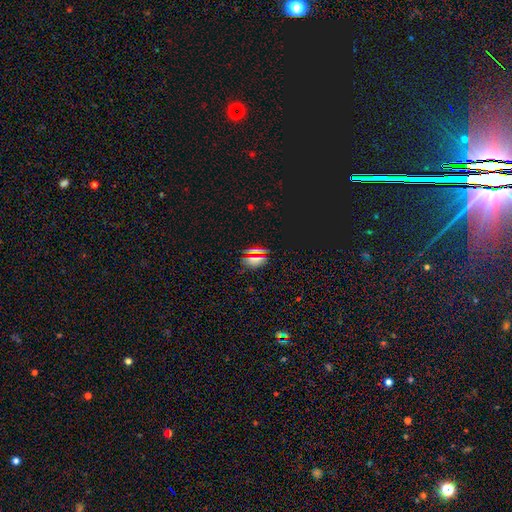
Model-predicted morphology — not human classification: smooth 62%, star or artifact 31%, featured or disk 7%. Down the decision tree: how rounded — in between (71%); merging — none (82%).